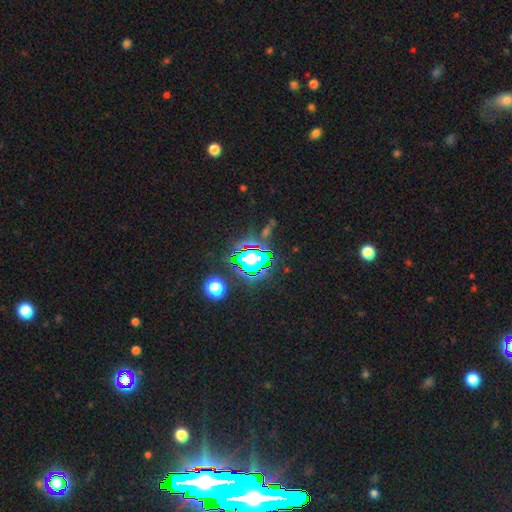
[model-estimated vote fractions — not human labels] A star or artifact, not a galaxy (71%).